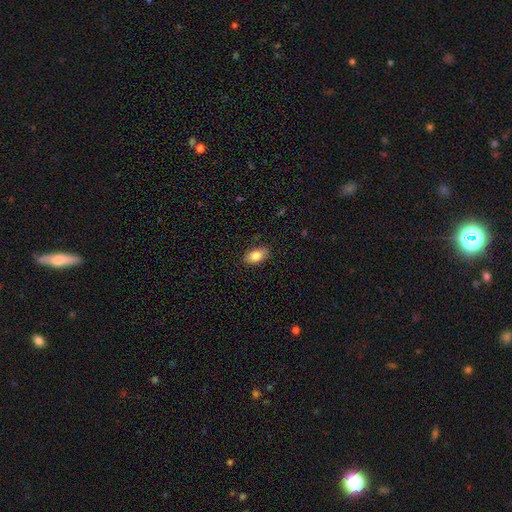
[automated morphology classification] Smooth or featured? Predicted: smooth (p=0.83). How rounded? Predicted: in between (p=0.91). Merging? Predicted: none (p=0.84).